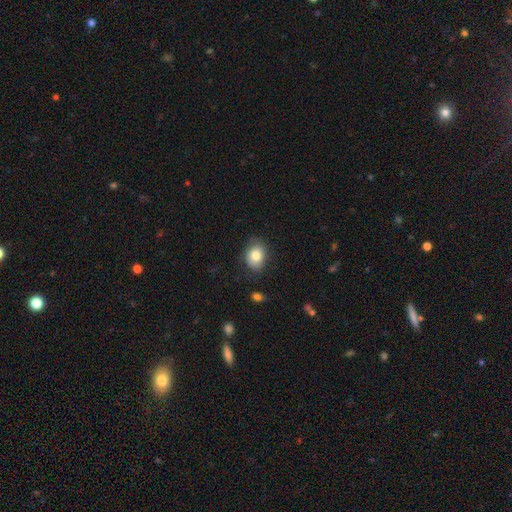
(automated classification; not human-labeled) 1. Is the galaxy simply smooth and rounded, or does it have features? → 82% smooth, 10% featured or disk, 8% star or artifact.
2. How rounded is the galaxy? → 61% in between, 38% round, 1% cigar-shaped.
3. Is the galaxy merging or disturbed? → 76% none, 18% minor disturbance, 4% major disturbance, 1% merger.